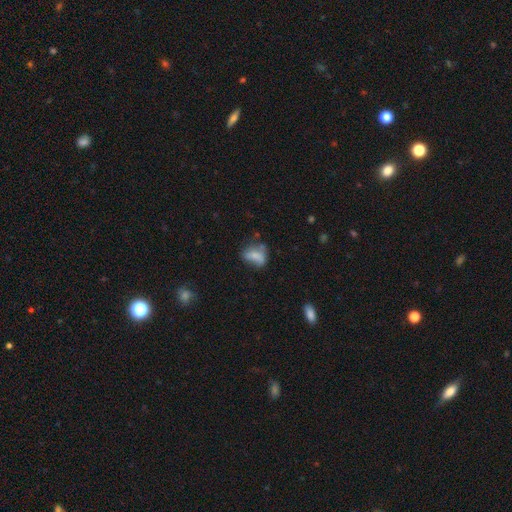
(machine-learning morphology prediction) This is likely a smooth galaxy (66%). How rounded: likely in between (77%). Merging: marginally none (38%).